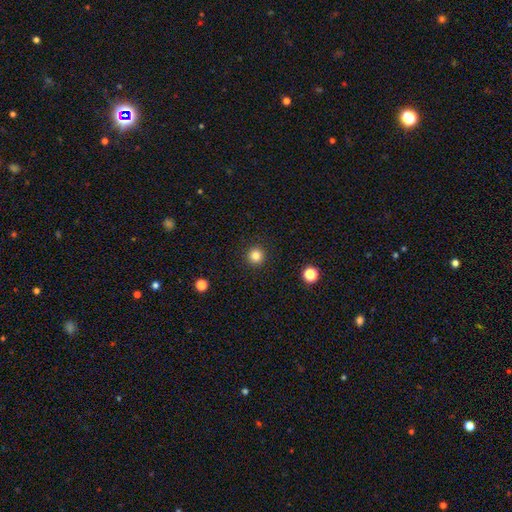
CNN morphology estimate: This appears to be a smooth galaxy with no disk features (83%) that is round (96%). Merging: none (93%).